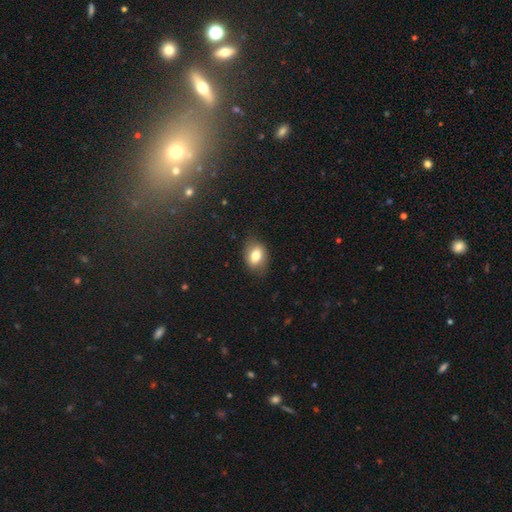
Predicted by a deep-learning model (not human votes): smooth-or-featured: smooth: 76% | featured or disk: 15% | star or artifact: 9%
  how-rounded: in between: 74% | round: 24% | cigar-shaped: 1%
  merging: none: 77% | minor disturbance: 18% | major disturbance: 5% | merger: 1%